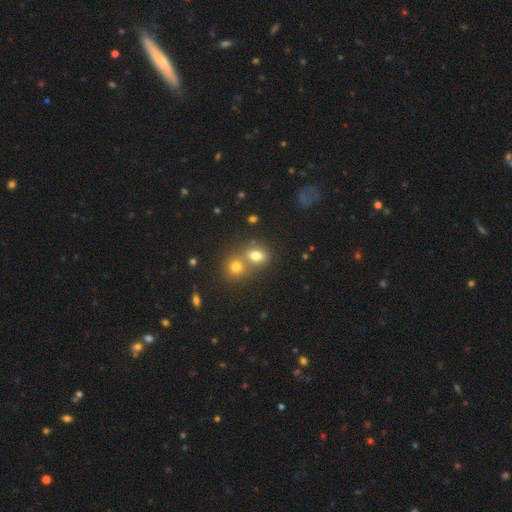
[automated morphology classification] A smooth galaxy with no disk features (73%) that is in between round and cigar-shaped (60%). Merging: merger (49%).